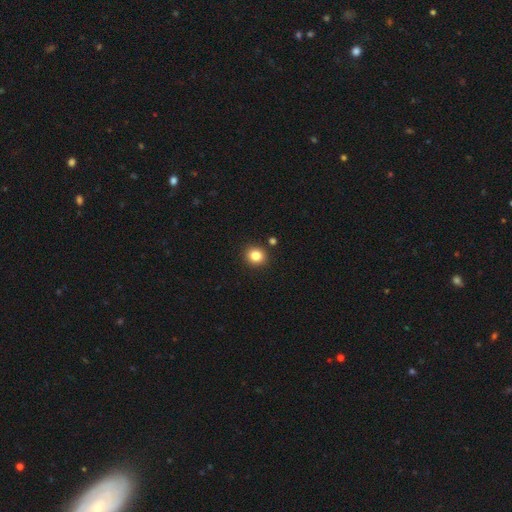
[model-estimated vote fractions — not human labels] This appears to be a smooth galaxy with no disk features (83%) that is round (85%). Merging: none (89%).